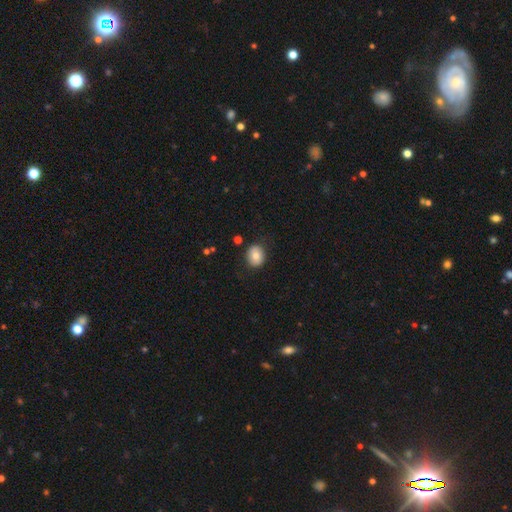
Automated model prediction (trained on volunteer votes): smooth-or-featured: smooth: 78% | featured or disk: 13% | star or artifact: 9%
  how-rounded: round: 59% | in between: 40% | cigar-shaped: 1%
  merging: none: 84% | minor disturbance: 12% | major disturbance: 3% | merger: 2%